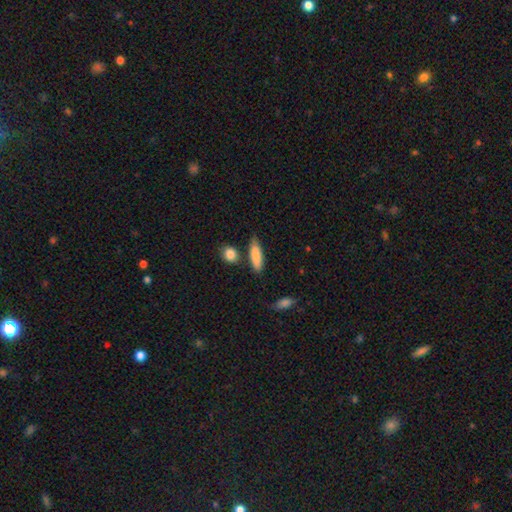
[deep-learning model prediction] Smooth or featured?
  - smooth: 84% *
  - featured or disk: 10%
  - star or artifact: 6%
How rounded?
  - cigar-shaped: 55% *
  - in between: 41%
  - round: 4%
Merging?
  - none: 75% *
  - minor disturbance: 15%
  - merger: 7%
  - major disturbance: 3%